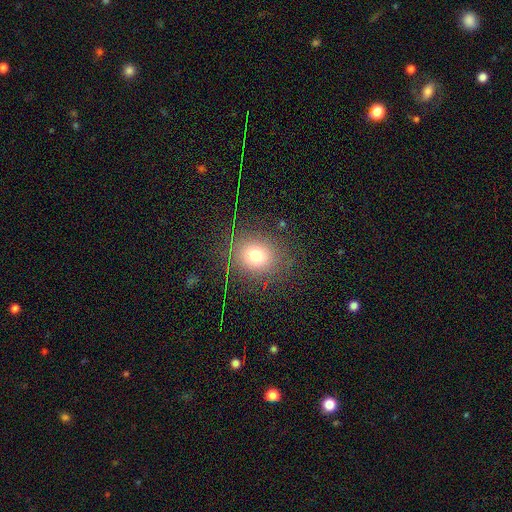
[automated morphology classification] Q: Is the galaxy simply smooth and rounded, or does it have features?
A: smooth — 70%.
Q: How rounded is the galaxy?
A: round — 69%.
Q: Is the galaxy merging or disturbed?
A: none — 84%.